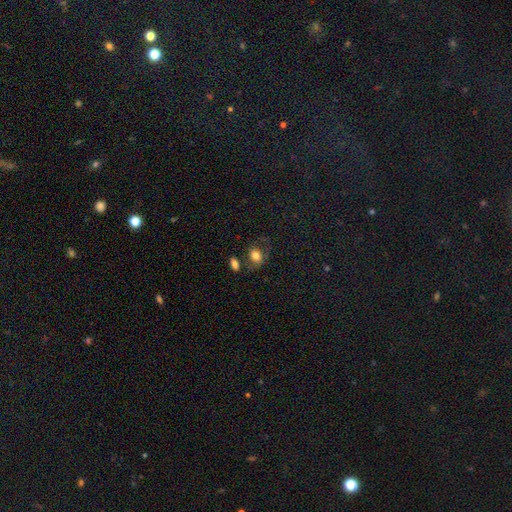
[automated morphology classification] A smooth galaxy with no disk features (71%) that is in between round and cigar-shaped (58%). Merging: none (52%).